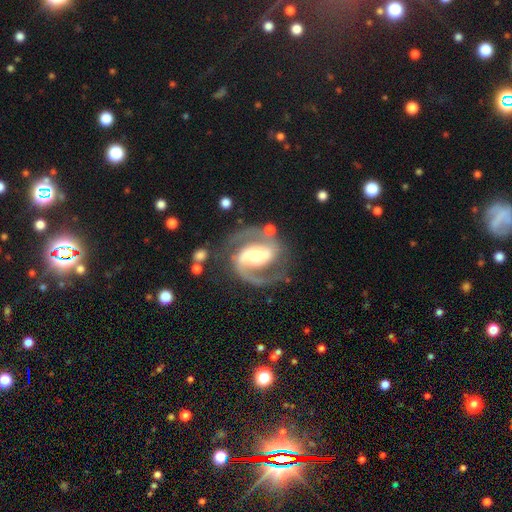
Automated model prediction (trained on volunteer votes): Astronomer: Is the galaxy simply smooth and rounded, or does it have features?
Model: featured or disk — 91%.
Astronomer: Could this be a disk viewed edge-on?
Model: no — 98%.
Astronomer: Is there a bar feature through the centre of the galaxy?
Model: strong — 45% (runner-up: weak, 33%).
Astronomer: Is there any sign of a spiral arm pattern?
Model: yes — 97%.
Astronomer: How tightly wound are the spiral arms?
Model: medium — 60%.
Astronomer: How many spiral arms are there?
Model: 2 — 91%.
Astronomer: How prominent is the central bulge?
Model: moderate — 64%.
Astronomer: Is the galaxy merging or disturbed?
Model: none — 73%.